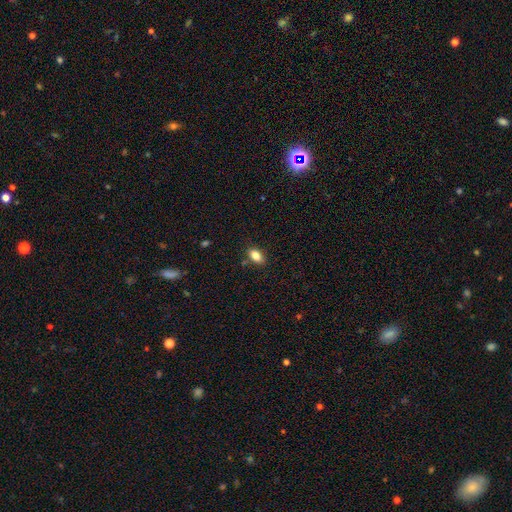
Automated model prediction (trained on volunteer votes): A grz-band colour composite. It shows a smooth galaxy with no disk features (83%) that is in between round and cigar-shaped (89%). Merging: none (85%).